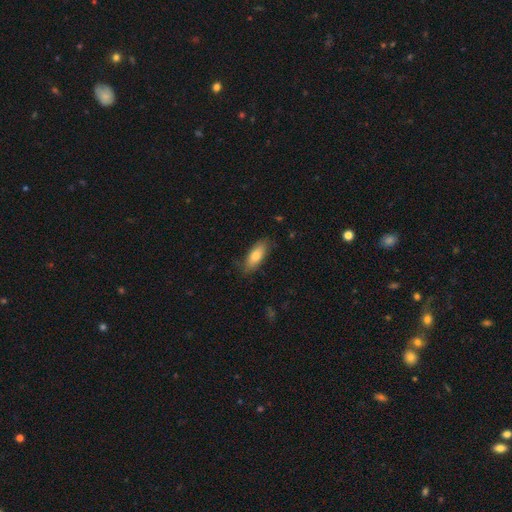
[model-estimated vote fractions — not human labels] Overall: smooth (78%). How rounded: in between (75%). Merging: none (80%).